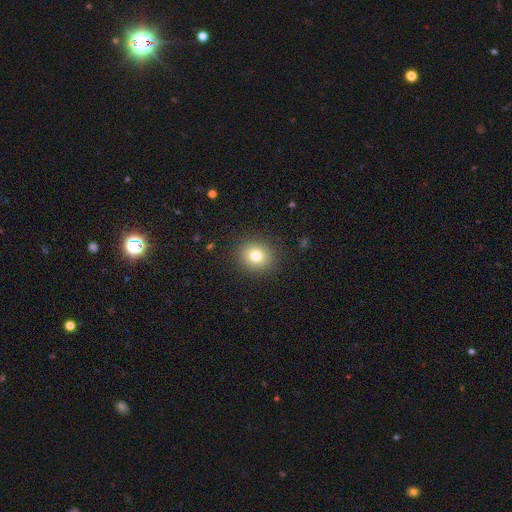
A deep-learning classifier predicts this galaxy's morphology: The model was most divided on "smooth or featured": smooth: 79%, star or artifact: 12%, featured or disk: 9%. More confident: merging — none (90%); how rounded — round (84%).